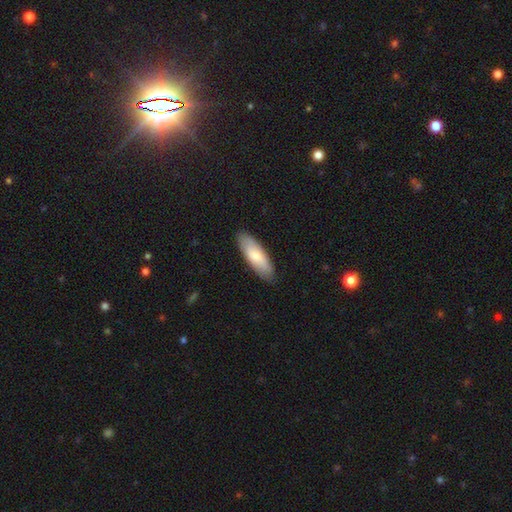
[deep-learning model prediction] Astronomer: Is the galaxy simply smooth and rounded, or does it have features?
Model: smooth — 75%.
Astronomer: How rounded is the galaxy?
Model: in between — 60% (runner-up: cigar-shaped, 38%).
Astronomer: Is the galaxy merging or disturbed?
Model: none — 86%.